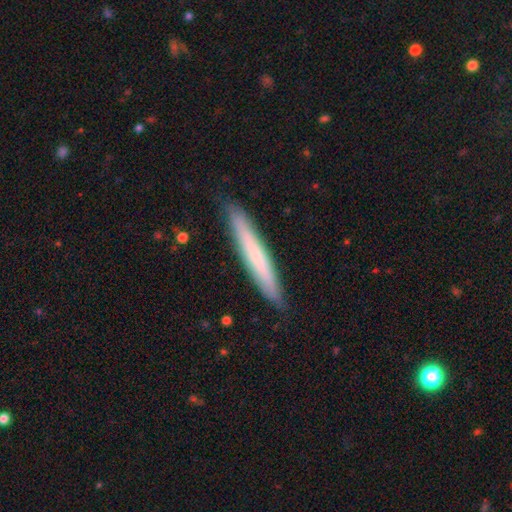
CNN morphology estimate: Q: Smooth or featured?
A: smooth (61%); runner-up: featured or disk (34%)
Q: How rounded?
A: cigar-shaped (96%); runner-up: in between (3%)
Q: Merging?
A: none (90%); runner-up: minor disturbance (8%)